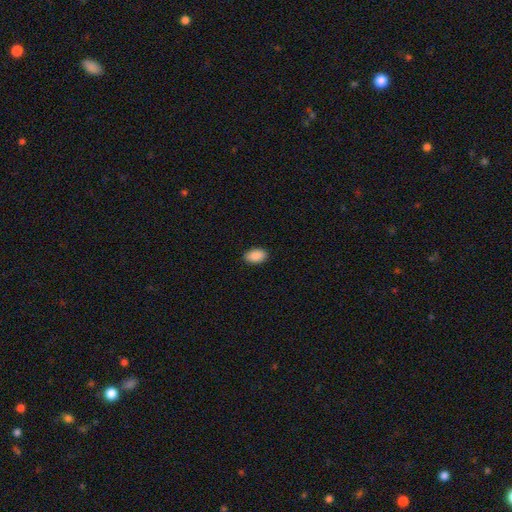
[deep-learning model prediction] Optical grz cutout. It shows a smooth galaxy with no disk features (90%) that is in between round and cigar-shaped (92%). Merging: none (89%).